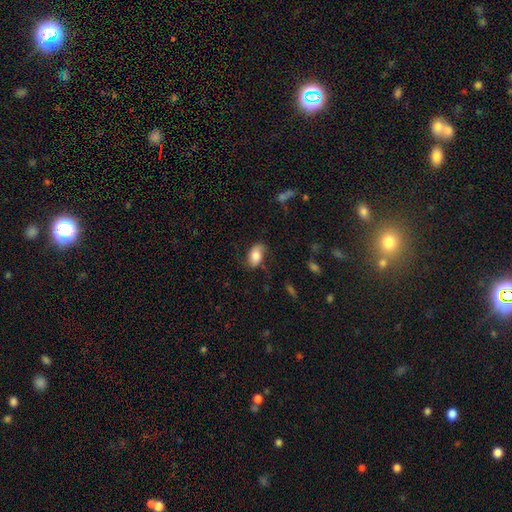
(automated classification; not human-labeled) The model was most divided on "merging": none: 66%, minor disturbance: 24%, major disturbance: 8%, merger: 2%. More confident: how rounded — in between (91%); smooth or featured — smooth (72%).